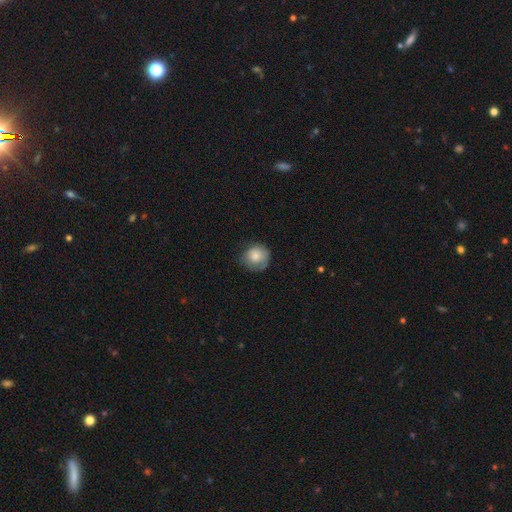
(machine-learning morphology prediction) The model was most divided on "merging": none: 63%, minor disturbance: 26%, major disturbance: 9%, merger: 1%. More confident: how rounded — round (86%); smooth or featured — smooth (78%).